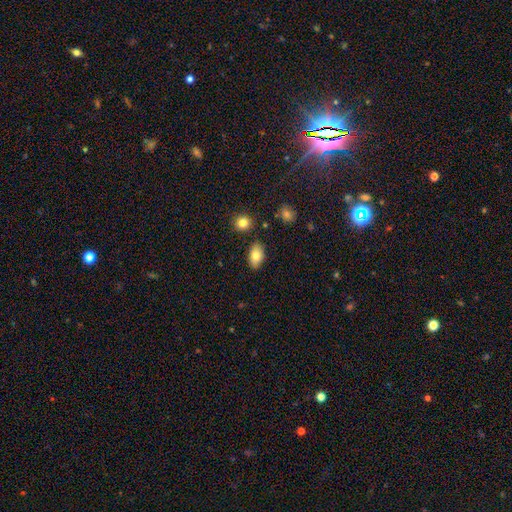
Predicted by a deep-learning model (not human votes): Q: Smooth or featured?
A: smooth (81%); runner-up: featured or disk (12%)
Q: How rounded?
A: in between (91%); runner-up: round (7%)
Q: Merging?
A: none (85%); runner-up: minor disturbance (10%)